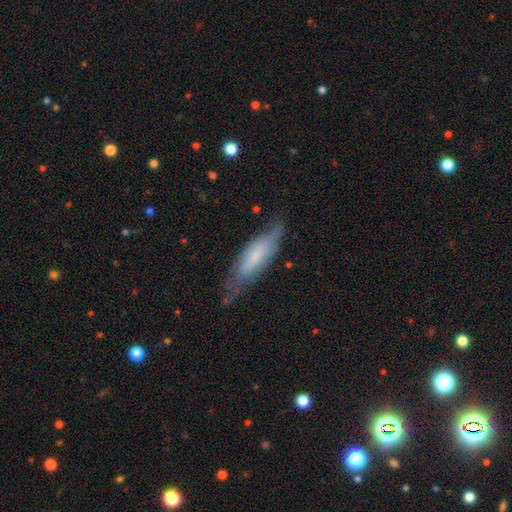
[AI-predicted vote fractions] Morphology: type=smooth (55%); roundness=cigar-shaped (57%); merging=none (57%).